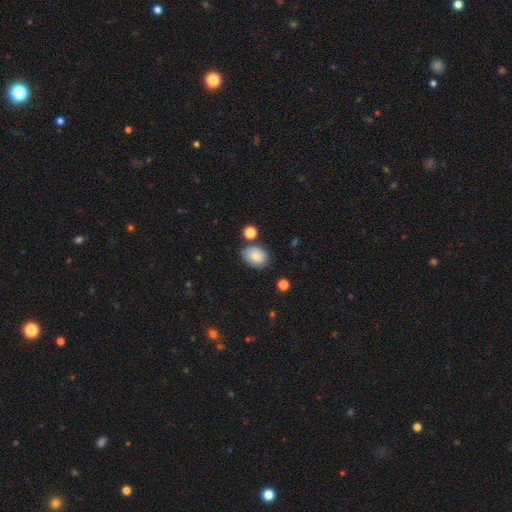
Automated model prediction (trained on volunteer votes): Morphology: type=smooth (81%); roundness=in between (66%); merging=none (72%).